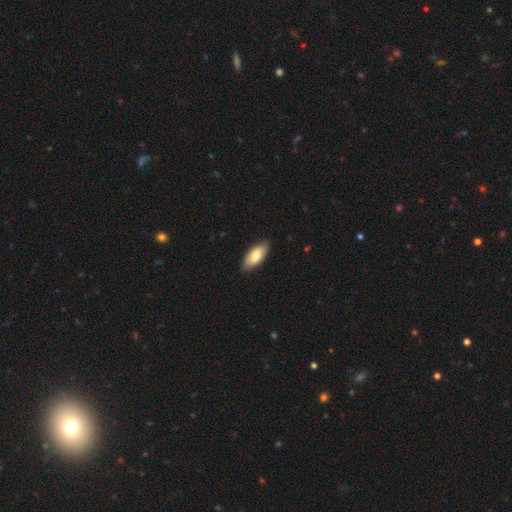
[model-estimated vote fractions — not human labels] This is likely a smooth galaxy (76%). How rounded: clearly in between (87%). Merging: clearly none (85%).